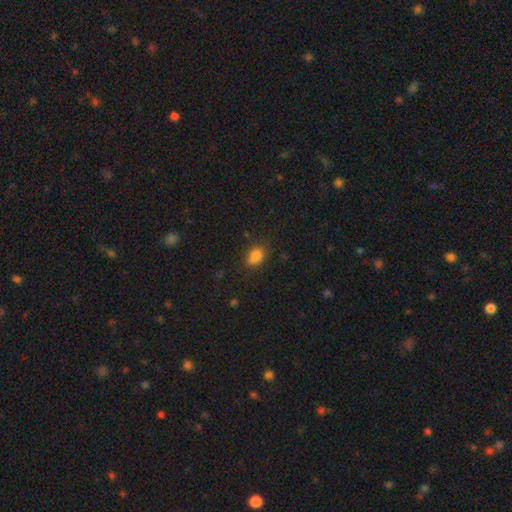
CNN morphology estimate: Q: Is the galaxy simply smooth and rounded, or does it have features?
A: smooth — 83%.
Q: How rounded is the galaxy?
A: in between — 68%.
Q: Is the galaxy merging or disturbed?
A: none — 74%.